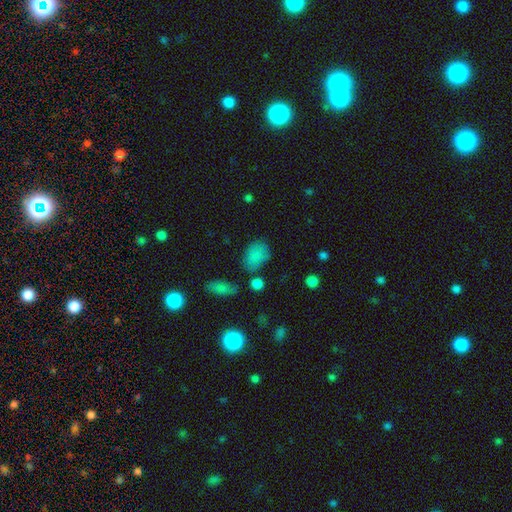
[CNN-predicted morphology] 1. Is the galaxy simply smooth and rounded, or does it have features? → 82% smooth, 10% star or artifact, 8% featured or disk.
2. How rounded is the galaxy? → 79% in between, 20% round, 2% cigar-shaped.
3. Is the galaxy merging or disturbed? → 63% none, 21% minor disturbance, 8% merger, 8% major disturbance.